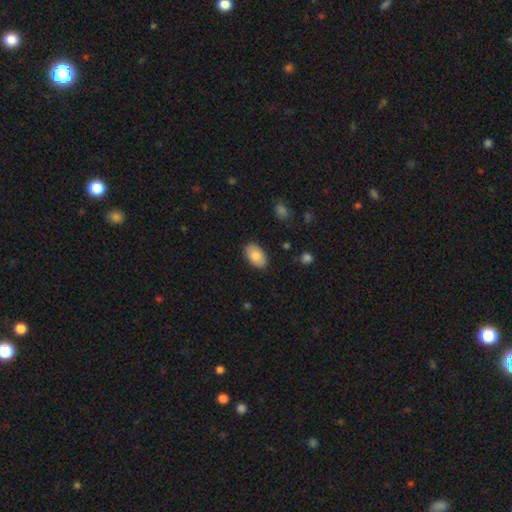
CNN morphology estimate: Smooth or featured? smooth (81%)
How rounded? in between (94%)
Merging? none (87%)